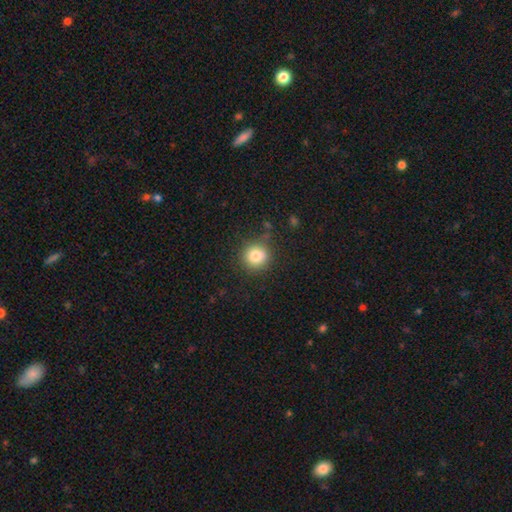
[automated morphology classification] Smooth or featured: smooth — 81% (star or artifact — 11%)
How rounded: round — 91% (in between — 8%)
Merging: none — 79% (minor disturbance — 14%)